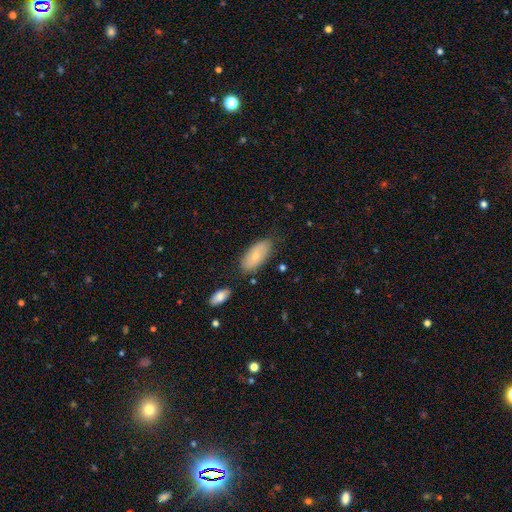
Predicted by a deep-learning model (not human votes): smooth_or_featured: smooth (p=0.71) [alt: featured or disk p=0.23]
how_rounded: in between (p=0.92) [alt: cigar-shaped p=0.06]
merging: none (p=0.77) [alt: minor disturbance p=0.16]